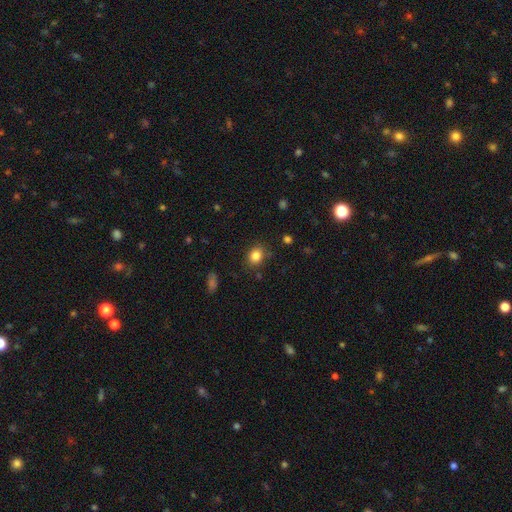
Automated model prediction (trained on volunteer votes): Smooth or featured: smooth — 83% (star or artifact — 11%)
How rounded: round — 58% (in between — 41%)
Merging: none — 82% (minor disturbance — 13%)